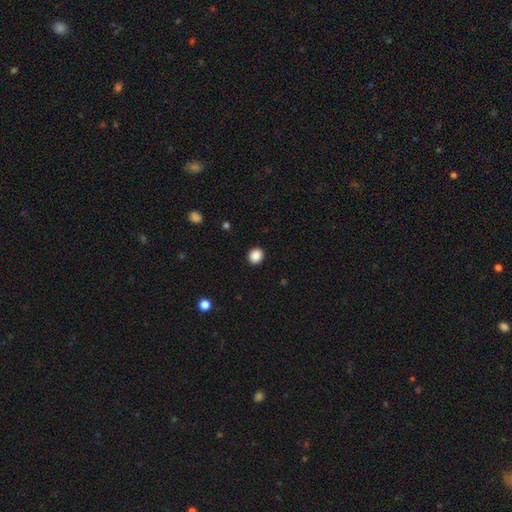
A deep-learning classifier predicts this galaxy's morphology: The model was most divided on "how rounded": round: 80%, in between: 20%, cigar-shaped: 1%. More confident: merging — none (91%); smooth or featured — smooth (88%).